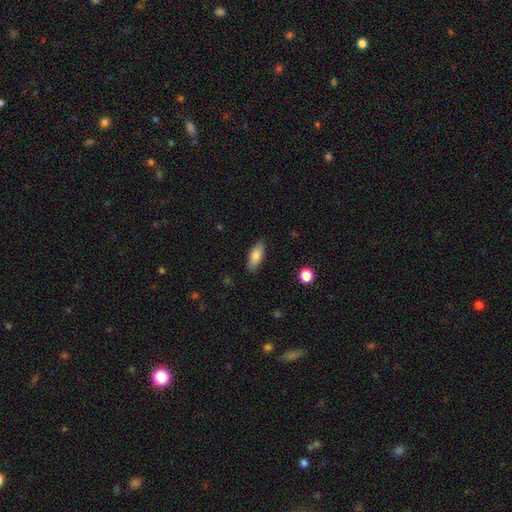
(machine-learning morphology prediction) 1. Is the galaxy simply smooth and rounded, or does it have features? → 80% smooth, 13% featured or disk, 7% star or artifact.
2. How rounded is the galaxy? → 73% in between, 25% cigar-shaped, 2% round.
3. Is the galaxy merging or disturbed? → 87% none, 10% minor disturbance, 2% major disturbance, 1% merger.